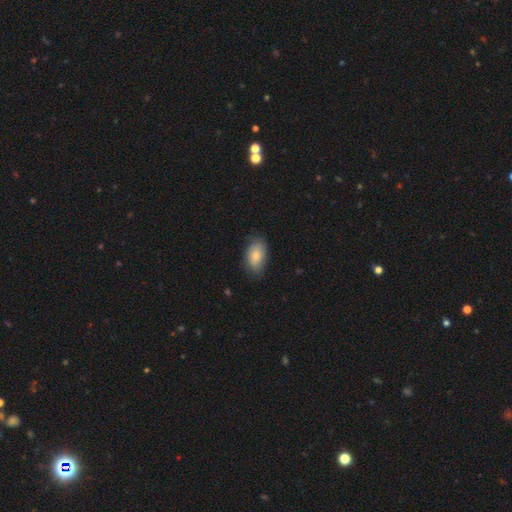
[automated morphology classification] This is likely a smooth galaxy (79%). How rounded: clearly in between (92%). Merging: likely none (73%).